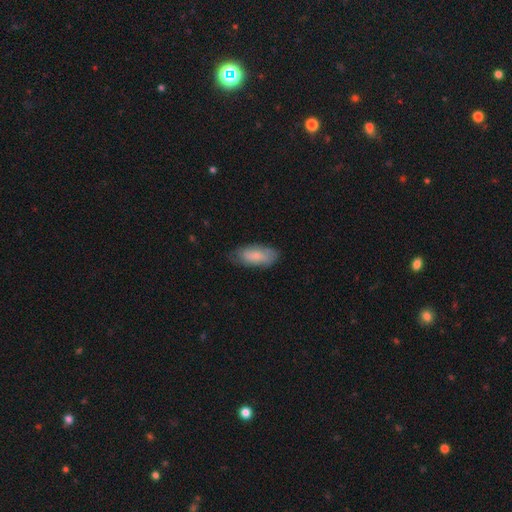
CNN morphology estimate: This is likely a smooth galaxy (73%). How rounded: clearly in between (87%). Merging: likely none (68%).